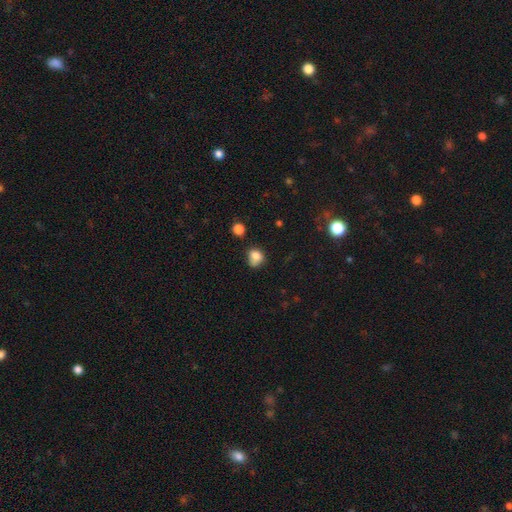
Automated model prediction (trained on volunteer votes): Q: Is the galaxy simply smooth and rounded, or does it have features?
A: smooth — 79%.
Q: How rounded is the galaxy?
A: round — 61%.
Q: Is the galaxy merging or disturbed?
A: none — 47%.